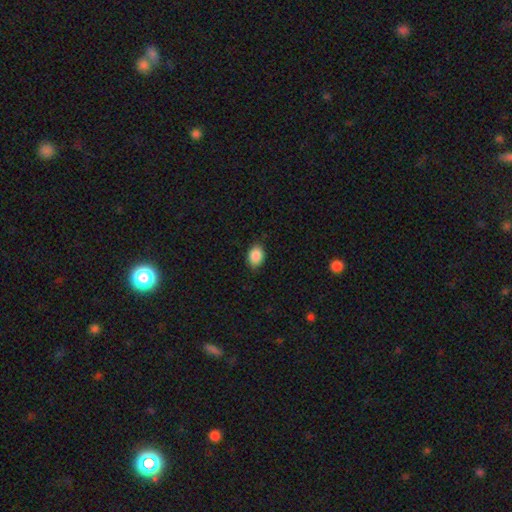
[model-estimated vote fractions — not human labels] smooth-or-featured: smooth: 88% | star or artifact: 8% | featured or disk: 4%
  how-rounded: in between: 72% | round: 27% | cigar-shaped: 1%
  merging: none: 82% | minor disturbance: 15% | major disturbance: 3% | merger: 1%